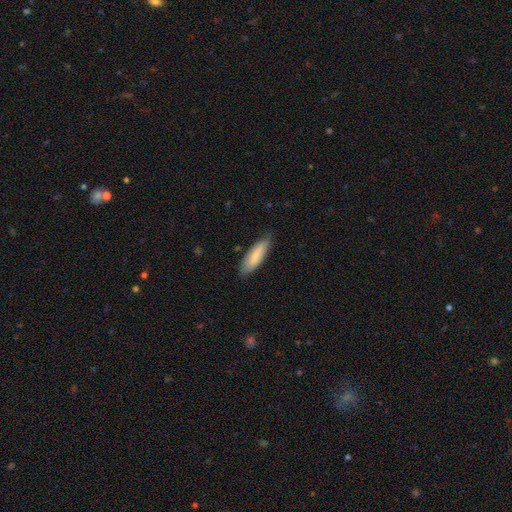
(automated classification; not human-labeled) smooth 81%, featured or disk 14%, star or artifact 6%. Down the decision tree: how rounded — cigar-shaped (54%); merging — none (82%).